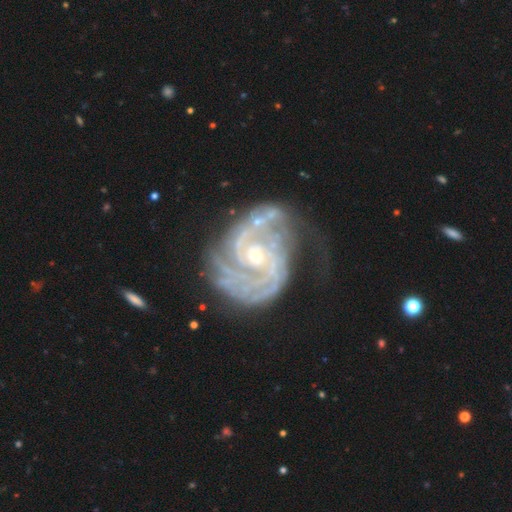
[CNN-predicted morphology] This appears to be a featured or disk galaxy (91%) with no bar (67%), 2 (39%) tight (65%) spiral arms (98%) and a small central bulge (58%). Merging: none (52%).